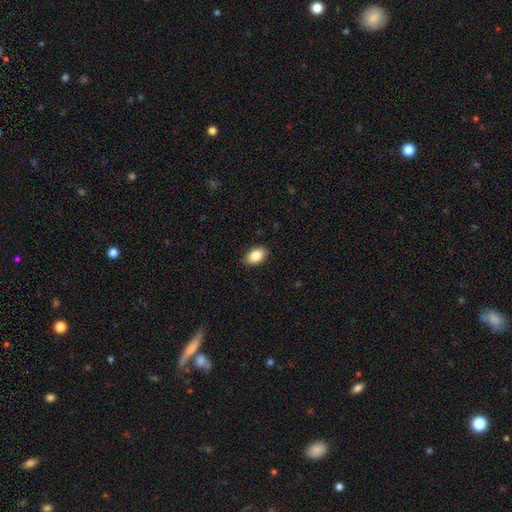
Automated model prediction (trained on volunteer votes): Smooth or featured? Predicted: smooth (p=0.88). How rounded? Predicted: in between (p=0.89). Merging? Predicted: none (p=0.89).